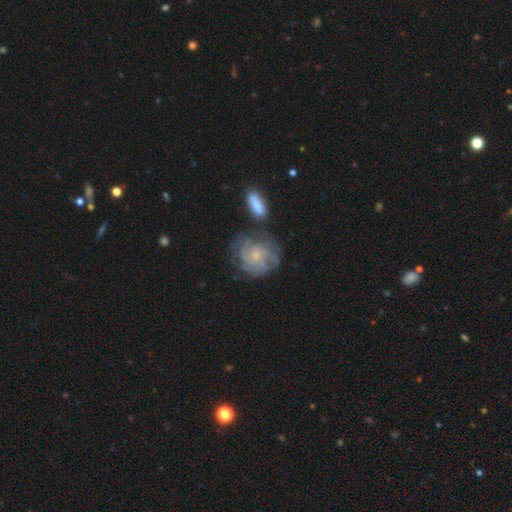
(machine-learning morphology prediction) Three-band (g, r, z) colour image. It shows a featured or disk galaxy (69%) with no bar (78%), tight (60%) spiral arms (86%) and a small central bulge (75%). Merging: none (61%).